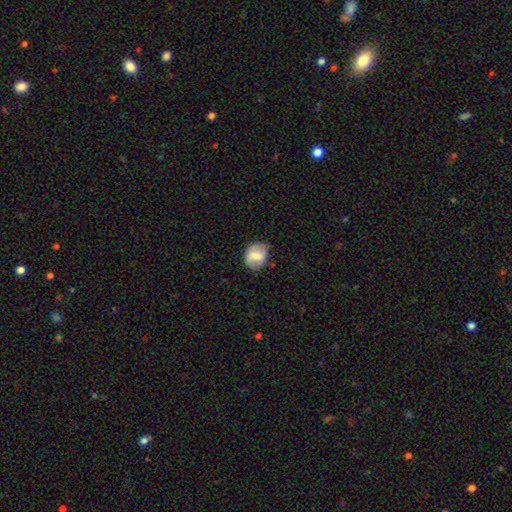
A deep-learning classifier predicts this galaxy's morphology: smooth 70%, featured or disk 23%, star or artifact 8%. Down the decision tree: how rounded — round (50%); merging — none (67%).